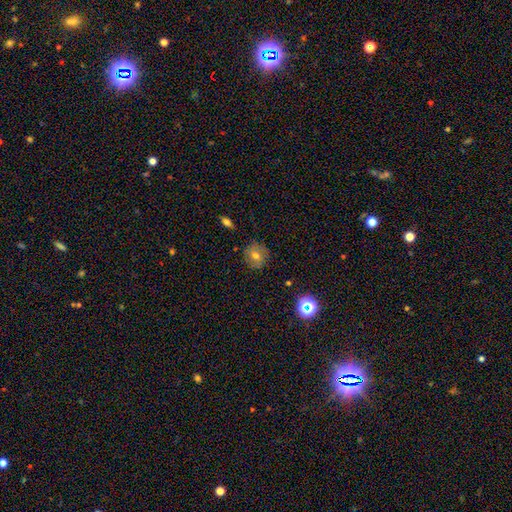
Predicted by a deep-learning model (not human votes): This appears to be a smooth galaxy with no disk features (63%) that is round (86%). Merging: none (85%).